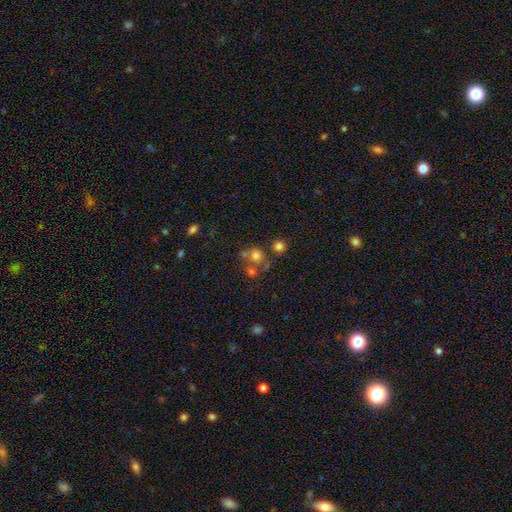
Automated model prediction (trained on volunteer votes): Smooth or featured? Predicted: smooth (p=0.66). How rounded? Predicted: round (p=0.84). Merging? Predicted: none (p=0.51).